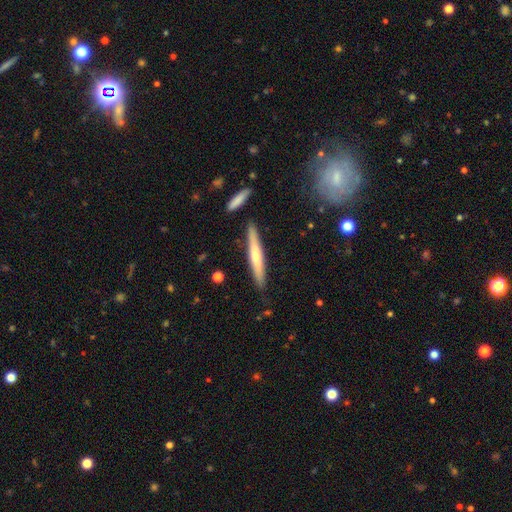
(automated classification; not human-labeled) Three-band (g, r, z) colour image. It shows a smooth galaxy with no disk features (52%) that is cigar-shaped (94%). Merging: none (87%).